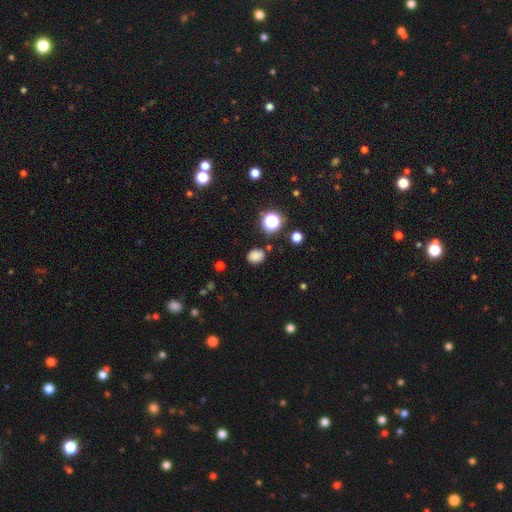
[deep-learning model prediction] Q: Smooth or featured?
A: smooth (77%); runner-up: star or artifact (18%)
Q: How rounded?
A: round (57%); runner-up: in between (41%)
Q: Merging?
A: none (80%); runner-up: minor disturbance (13%)